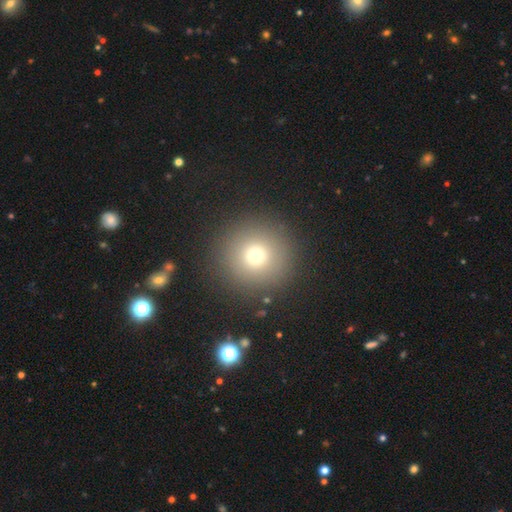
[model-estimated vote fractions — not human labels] A smooth galaxy with no disk features (72%) that is round (95%).

Vote fractions:
- Smooth or featured? smooth: 72% / star or artifact: 17% / featured or disk: 11%
- How rounded? round: 95% / in between: 4% / cigar-shaped: 1%
- Merging? none: 89% / minor disturbance: 6% / major disturbance: 3% / merger: 2%